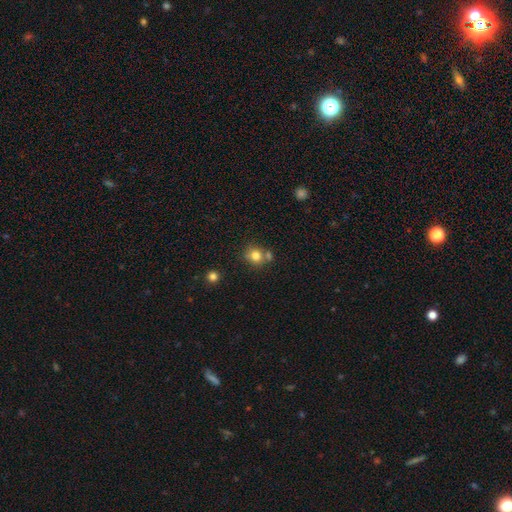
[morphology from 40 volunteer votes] type=smooth (85%); roundness=round (79%); merging=none (52%).